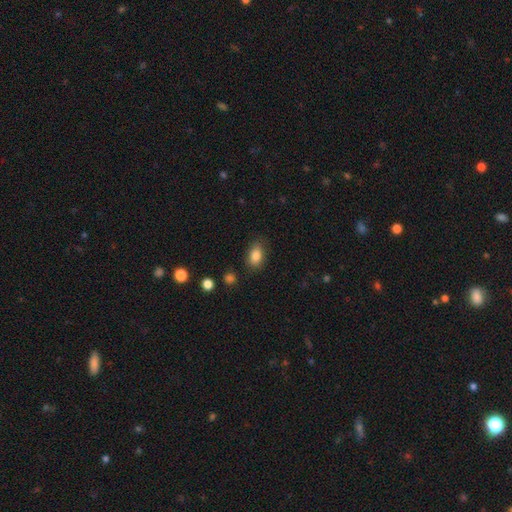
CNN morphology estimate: Smooth or featured?
  - smooth: 85% *
  - star or artifact: 9%
  - featured or disk: 6%
How rounded?
  - in between: 85% *
  - round: 13%
  - cigar-shaped: 2%
Merging?
  - none: 83% *
  - minor disturbance: 13%
  - major disturbance: 3%
  - merger: 2%